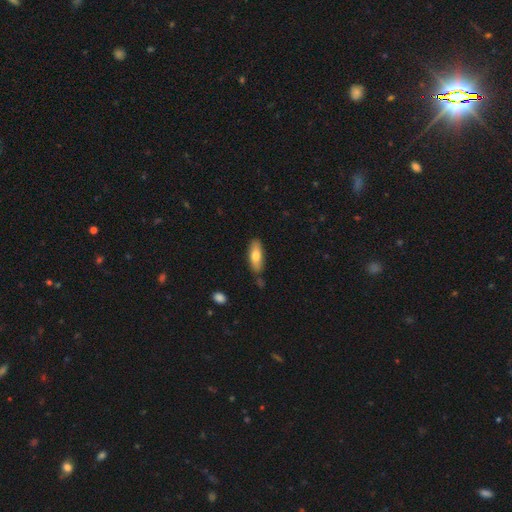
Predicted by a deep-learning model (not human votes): This is likely a smooth galaxy (72%). How rounded: possibly in between (60%). Merging: likely none (79%).